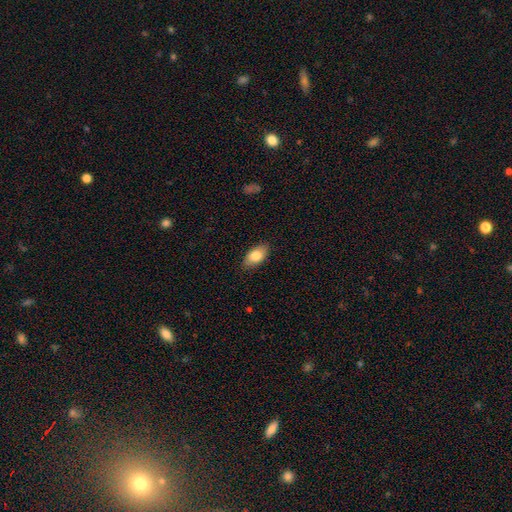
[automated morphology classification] Overall: smooth (81%). How rounded: in between (91%). Merging: none (86%).